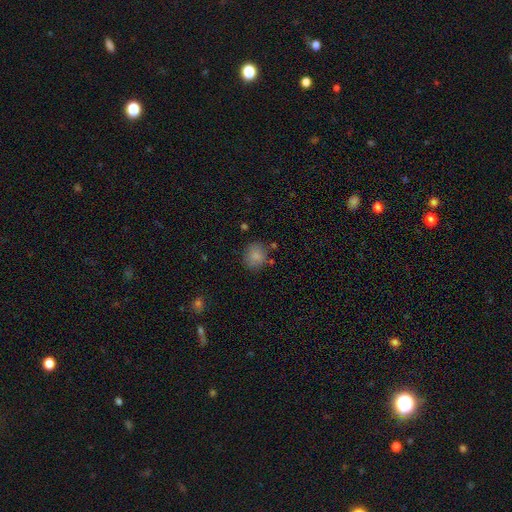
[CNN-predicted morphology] This appears to be a smooth galaxy with no disk features (85%) that is round (73%). Merging: none (77%).